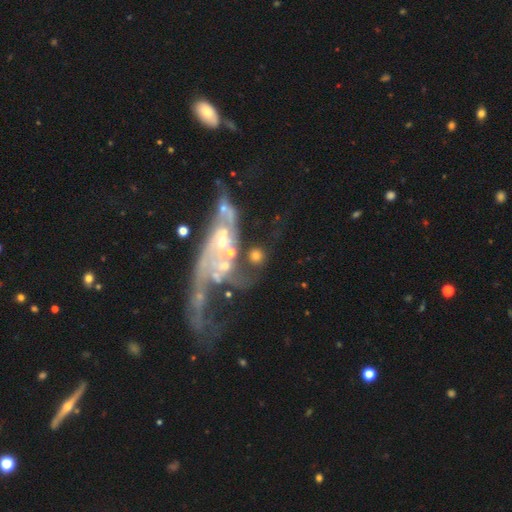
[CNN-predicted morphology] Smooth or featured: smooth — 51% (featured or disk — 38%)
How rounded: round — 71% (in between — 25%)
Merging: none — 42% (merger — 28%)